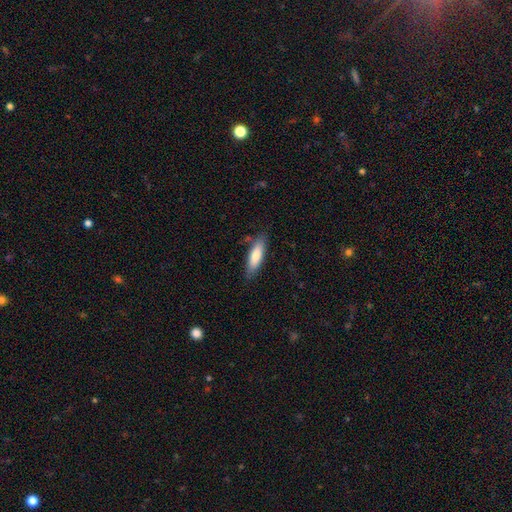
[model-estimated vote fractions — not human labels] Smooth or featured?
  - smooth: 80% *
  - featured or disk: 15%
  - star or artifact: 6%
How rounded?
  - cigar-shaped: 55% *
  - in between: 44%
  - round: 1%
Merging?
  - none: 80% *
  - minor disturbance: 15%
  - major disturbance: 3%
  - merger: 2%